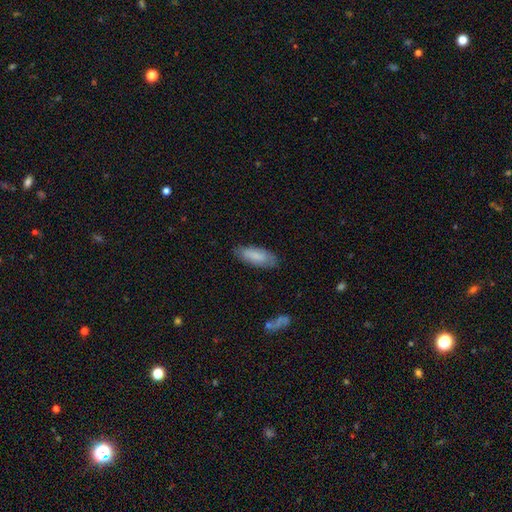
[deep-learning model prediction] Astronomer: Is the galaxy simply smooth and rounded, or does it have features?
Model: smooth — 79%.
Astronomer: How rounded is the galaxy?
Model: in between — 76%.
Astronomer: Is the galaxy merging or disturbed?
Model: none — 78%.